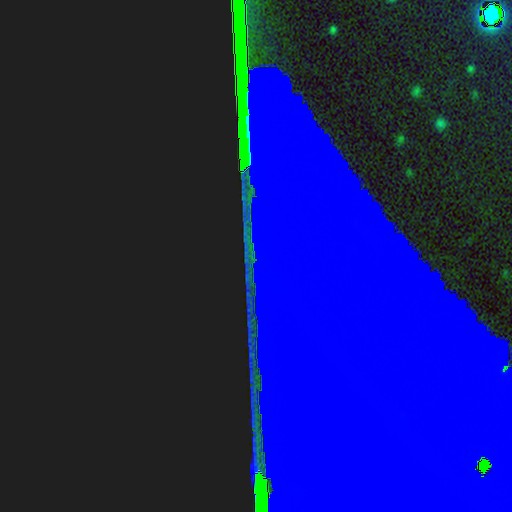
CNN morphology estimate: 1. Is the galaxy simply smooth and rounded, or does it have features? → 79% star or artifact, 12% featured or disk, 9% smooth.